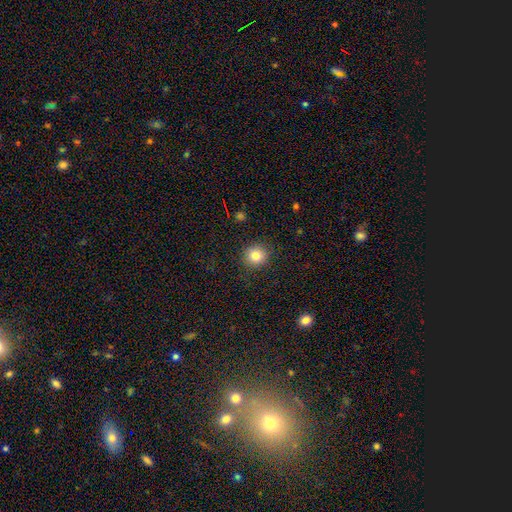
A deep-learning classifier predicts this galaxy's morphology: Q: Smooth or featured?
A: smooth (81%); runner-up: star or artifact (12%)
Q: How rounded?
A: round (91%); runner-up: in between (8%)
Q: Merging?
A: none (89%); runner-up: minor disturbance (7%)